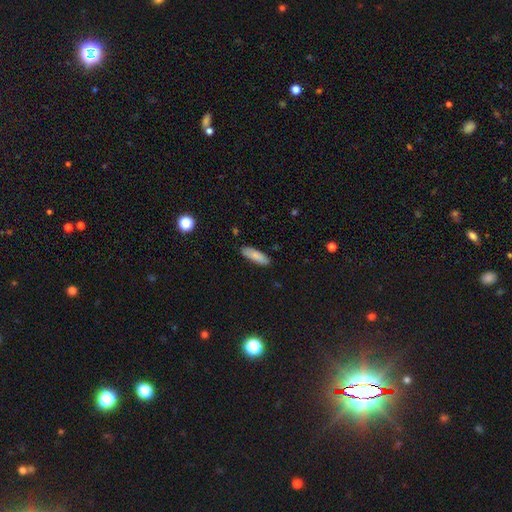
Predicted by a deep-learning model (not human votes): smooth 83%, featured or disk 10%, star or artifact 6%. Down the decision tree: how rounded — in between (54%); merging — none (85%).